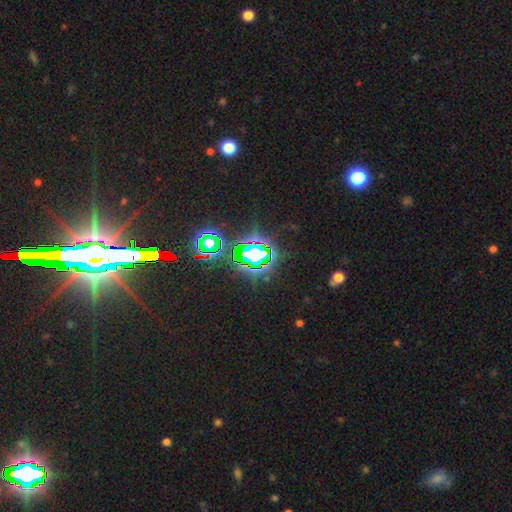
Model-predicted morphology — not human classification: The model was most divided on "smooth or featured": star or artifact: 74%, smooth: 15%, featured or disk: 11%.